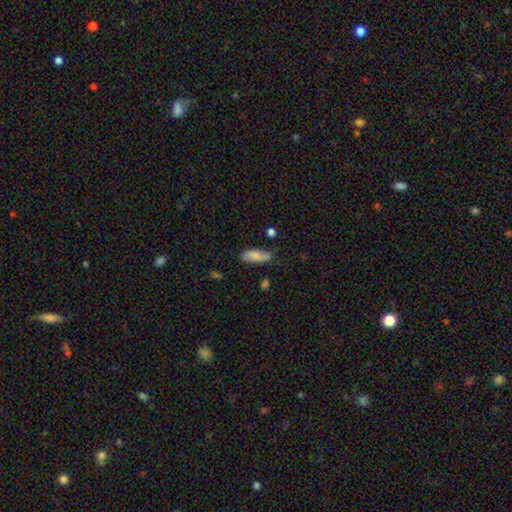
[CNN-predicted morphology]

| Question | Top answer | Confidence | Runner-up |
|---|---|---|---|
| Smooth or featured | smooth | 79% | featured or disk (14%) |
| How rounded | in between | 71% | cigar-shaped (26%) |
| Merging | none | 69% | minor disturbance (23%) |